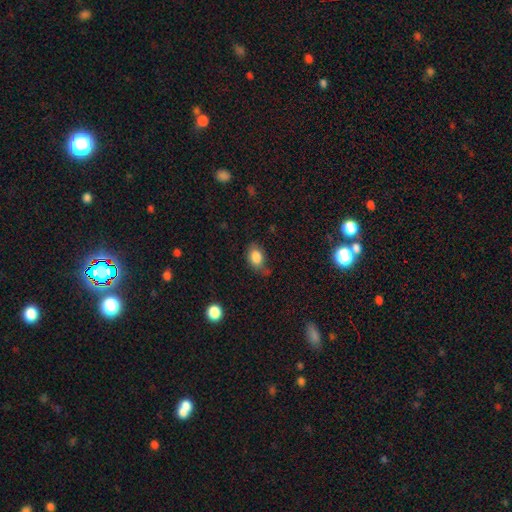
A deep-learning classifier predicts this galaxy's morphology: Smooth or featured? Predicted: smooth (p=0.83). How rounded? Predicted: in between (p=0.81). Merging? Predicted: none (p=0.56).